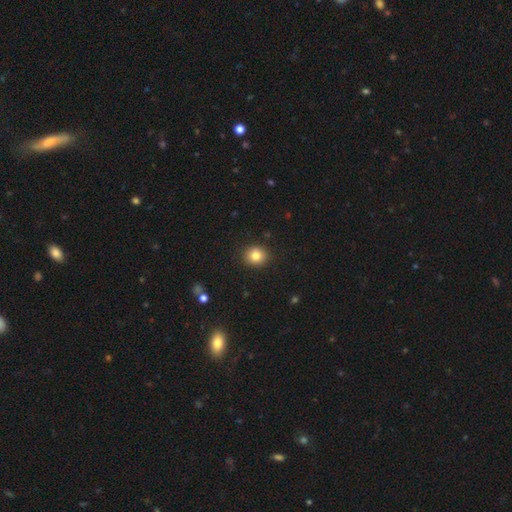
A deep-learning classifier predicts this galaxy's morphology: A smooth galaxy with no disk features (83%) that is round (81%).

Vote fractions:
- Smooth or featured? smooth: 83% / star or artifact: 10% / featured or disk: 7%
- How rounded? round: 81% / in between: 18% / cigar-shaped: 1%
- Merging? none: 90% / minor disturbance: 7% / major disturbance: 2% / merger: 1%